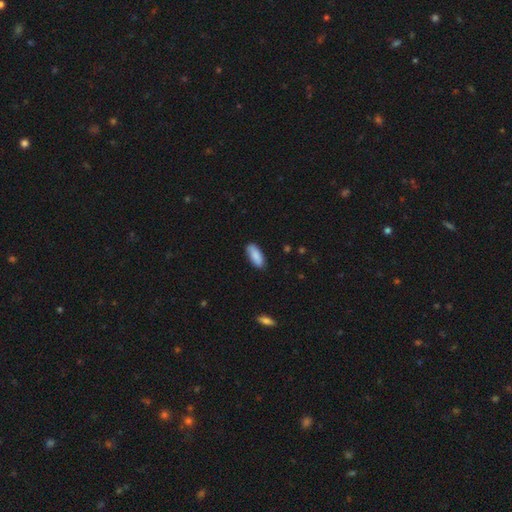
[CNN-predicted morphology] A smooth galaxy with no disk features (89%) that is in between round and cigar-shaped (81%).

Vote fractions:
- Smooth or featured? smooth: 89% / star or artifact: 6% / featured or disk: 5%
- How rounded? in between: 81% / cigar-shaped: 18% / round: 2%
- Merging? none: 87% / minor disturbance: 10% / major disturbance: 2% / merger: 1%